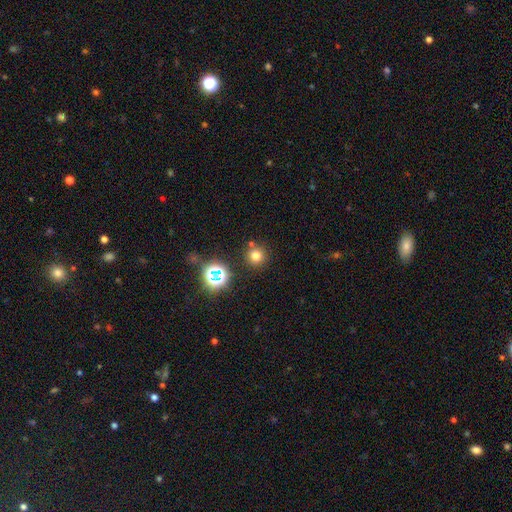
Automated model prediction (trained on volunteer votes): Q: Smooth or featured?
A: smooth (70%); runner-up: star or artifact (22%)
Q: How rounded?
A: round (93%); runner-up: in between (6%)
Q: Merging?
A: none (81%); runner-up: merger (8%)